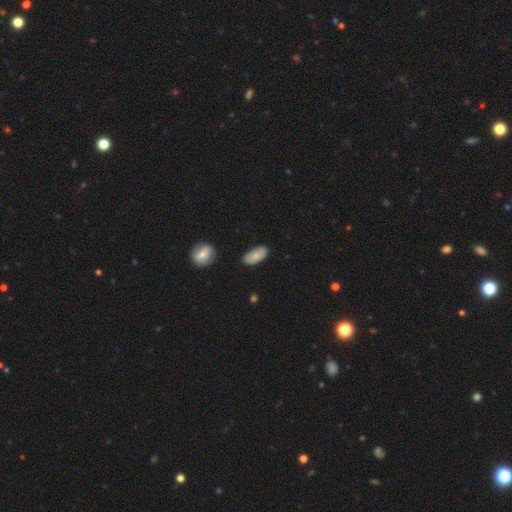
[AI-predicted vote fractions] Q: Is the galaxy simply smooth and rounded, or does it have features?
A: smooth — 80%.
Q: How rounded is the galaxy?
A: in between — 92%.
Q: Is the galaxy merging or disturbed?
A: none — 79%.